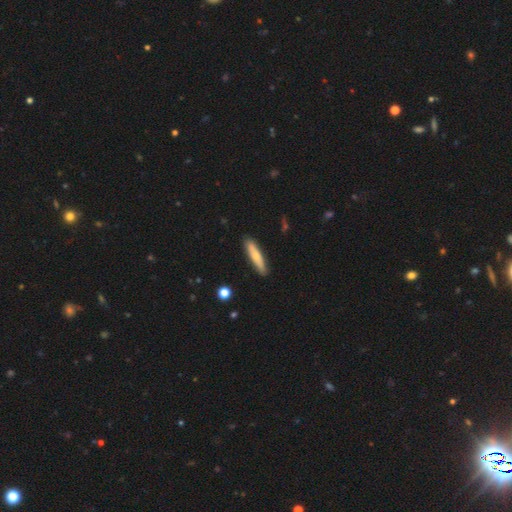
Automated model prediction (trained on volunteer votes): This appears to be a smooth galaxy with no disk features (65%) that is cigar-shaped (87%). Merging: none (88%).